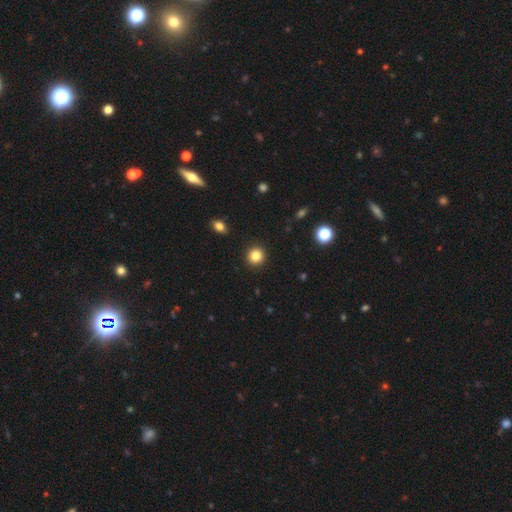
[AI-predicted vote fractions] Overall: smooth (85%). How rounded: round (92%). Merging: none (92%).